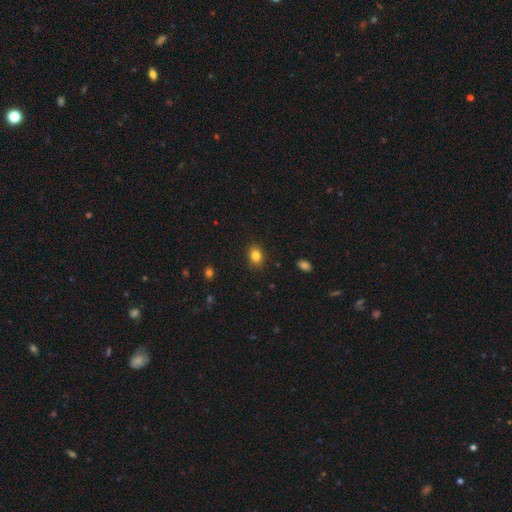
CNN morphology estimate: This is clearly a smooth galaxy (83%). How rounded: possibly in between (56%). Merging: clearly none (89%).